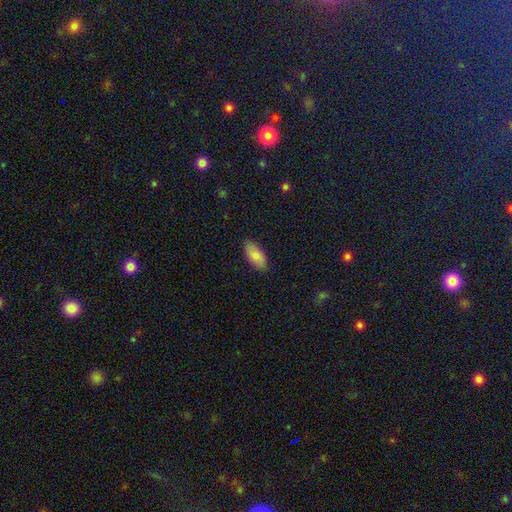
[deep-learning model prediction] Smooth or featured?
  - smooth: 83% *
  - featured or disk: 11%
  - star or artifact: 6%
How rounded?
  - in between: 92% *
  - cigar-shaped: 6%
  - round: 2%
Merging?
  - none: 87% *
  - minor disturbance: 10%
  - major disturbance: 2%
  - merger: 1%